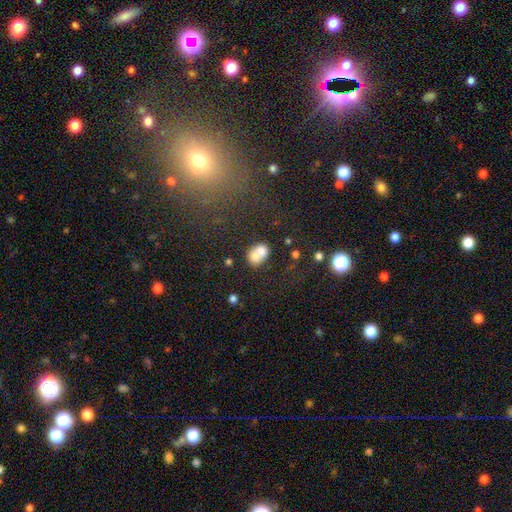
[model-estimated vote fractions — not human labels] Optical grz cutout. It shows a smooth galaxy with no disk features (68%) that is round (58%). Merging: merger (63%).